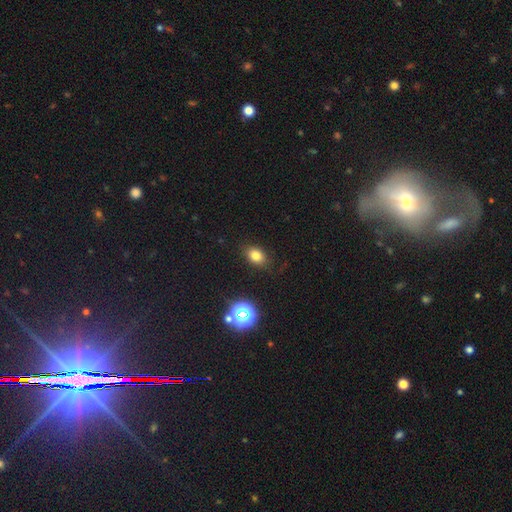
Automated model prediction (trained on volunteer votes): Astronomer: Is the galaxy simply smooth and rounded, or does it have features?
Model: smooth — 78%.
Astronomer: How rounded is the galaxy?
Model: in between — 73%.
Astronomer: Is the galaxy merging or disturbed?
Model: none — 85%.